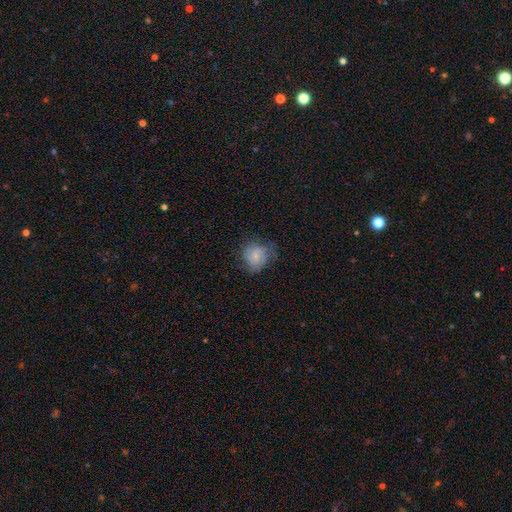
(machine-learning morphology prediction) This is likely a smooth galaxy (62%). How rounded: likely round (69%). Merging: possibly none (51%).